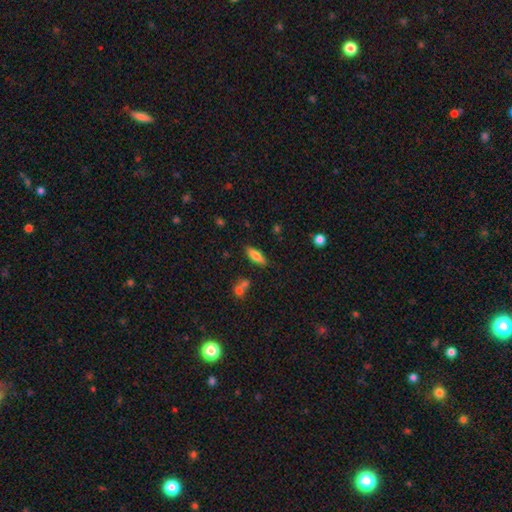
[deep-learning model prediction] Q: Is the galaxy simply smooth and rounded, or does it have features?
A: smooth — 71%.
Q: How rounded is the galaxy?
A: in between — 58%.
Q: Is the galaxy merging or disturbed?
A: none — 81%.